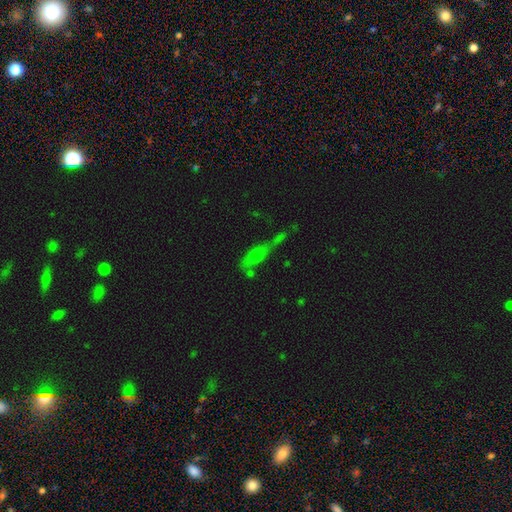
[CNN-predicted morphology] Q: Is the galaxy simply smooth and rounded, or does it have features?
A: smooth — 51%.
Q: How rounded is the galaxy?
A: in between — 55%.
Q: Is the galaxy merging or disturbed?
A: none — 35%.